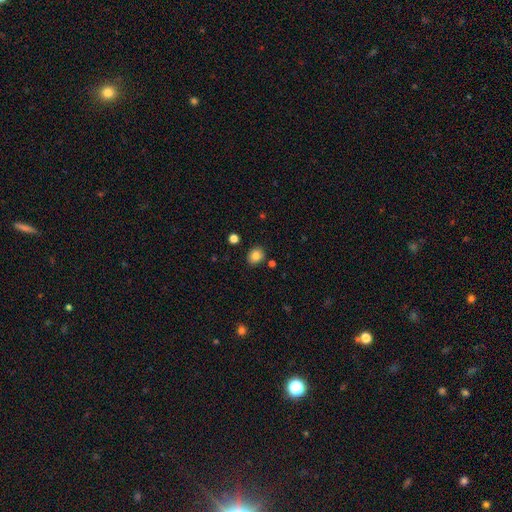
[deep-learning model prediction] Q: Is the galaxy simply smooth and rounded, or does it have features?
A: smooth — 83%.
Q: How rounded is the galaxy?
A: round — 58%.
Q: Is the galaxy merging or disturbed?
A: none — 86%.